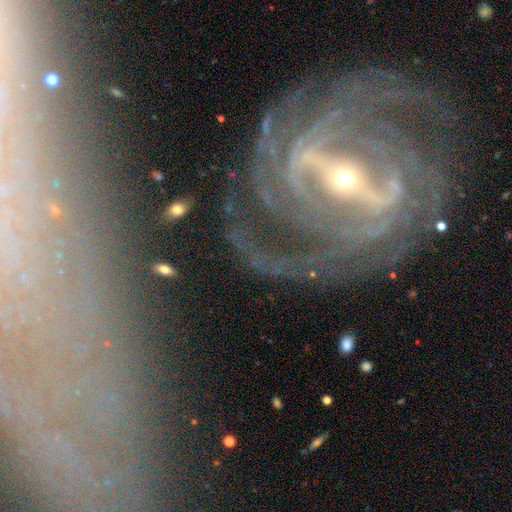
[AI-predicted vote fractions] Smooth or featured? featured or disk (85%)
Edge-on disk? no (93%)
Bar? strong (70%)
Spiral arms? yes (93%)
Spiral winding? tight (56%)
Spiral arm count? 2 (33%)
Bulge size? small (65%)
Merging? none (65%)